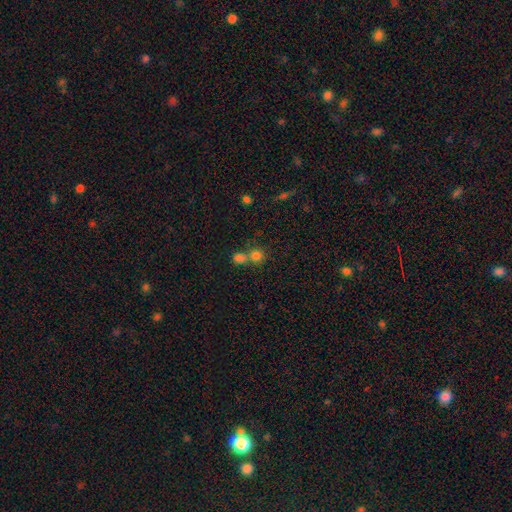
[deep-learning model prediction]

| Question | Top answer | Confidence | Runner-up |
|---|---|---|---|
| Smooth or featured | smooth | 77% | star or artifact (15%) |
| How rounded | round | 86% | in between (13%) |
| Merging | merger | 46% | none (45%) |